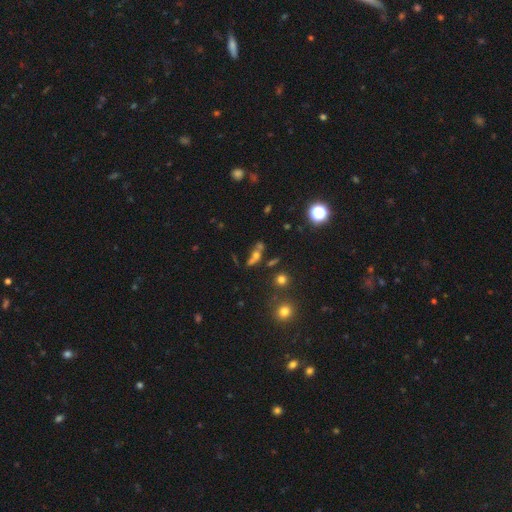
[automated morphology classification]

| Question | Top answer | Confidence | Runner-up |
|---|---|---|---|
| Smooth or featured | smooth | 41% | featured or disk (37%) |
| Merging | none | 43% | merger (32%) |